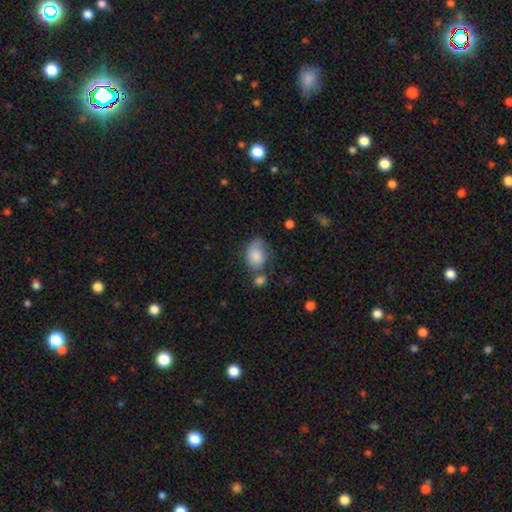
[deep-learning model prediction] Morphology: type=smooth (78%); roundness=in between (74%); merging=none (39%).